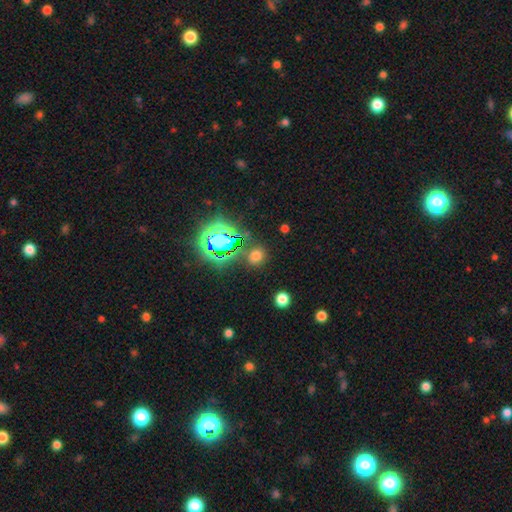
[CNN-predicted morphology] Q: Smooth or featured?
A: smooth (60%); runner-up: star or artifact (34%)
Q: How rounded?
A: round (77%); runner-up: in between (22%)
Q: Merging?
A: none (81%); runner-up: minor disturbance (10%)